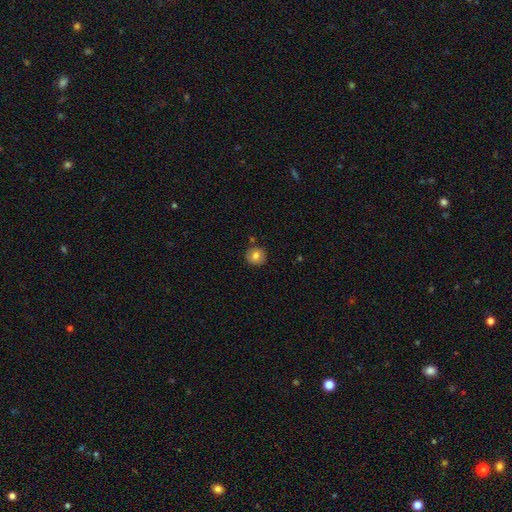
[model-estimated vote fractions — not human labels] Q: Smooth or featured?
A: smooth (75%); runner-up: featured or disk (15%)
Q: How rounded?
A: round (91%); runner-up: in between (8%)
Q: Merging?
A: none (84%); runner-up: minor disturbance (10%)